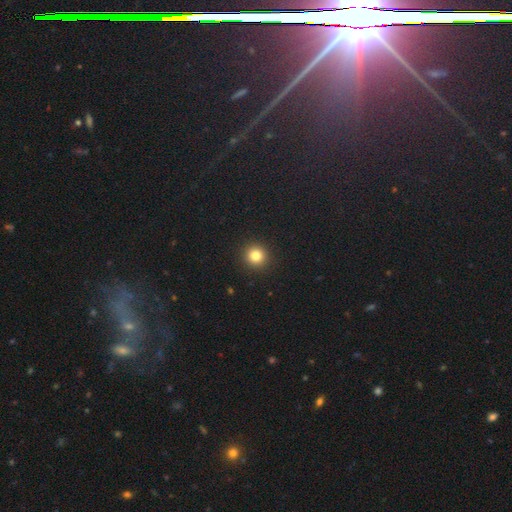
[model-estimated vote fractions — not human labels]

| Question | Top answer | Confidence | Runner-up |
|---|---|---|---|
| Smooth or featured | smooth | 83% | star or artifact (12%) |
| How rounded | round | 94% | in between (5%) |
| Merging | none | 93% | minor disturbance (4%) |